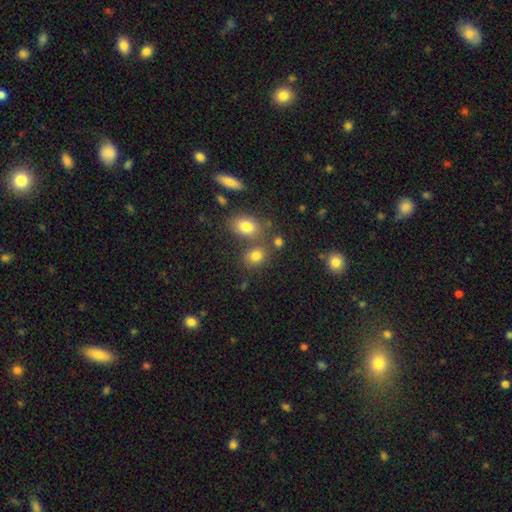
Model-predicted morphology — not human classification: smooth_or_featured: smooth (p=0.78) [alt: star or artifact p=0.13]
how_rounded: in between (p=0.52) [alt: round p=0.47]
merging: none (p=0.61) [alt: merger p=0.22]